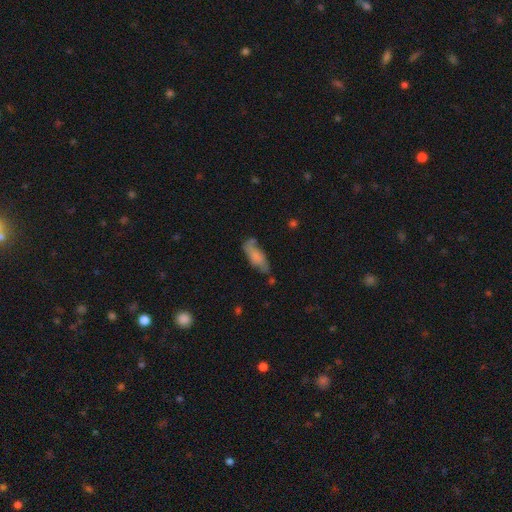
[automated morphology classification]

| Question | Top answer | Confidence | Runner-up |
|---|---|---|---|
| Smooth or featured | smooth | 60% | featured or disk (32%) |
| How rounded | in between | 69% | cigar-shaped (29%) |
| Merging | none | 57% | minor disturbance (27%) |